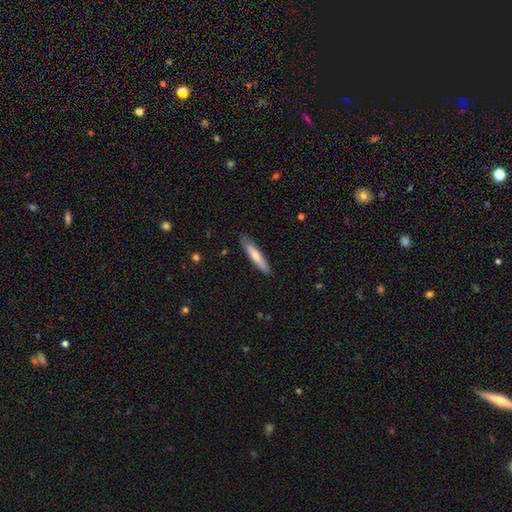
A smooth galaxy with no disk features (67%) that is cigar-shaped (88%). Merging: none (83%).